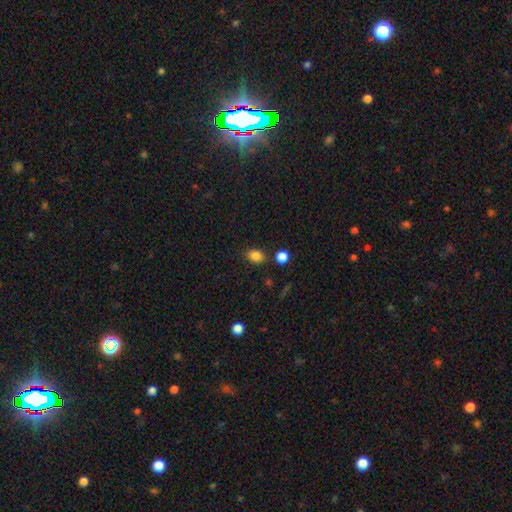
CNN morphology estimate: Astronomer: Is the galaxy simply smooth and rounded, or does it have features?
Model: smooth — 84%.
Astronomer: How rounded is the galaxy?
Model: in between — 59% (runner-up: round, 40%).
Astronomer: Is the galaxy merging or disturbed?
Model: none — 77%.